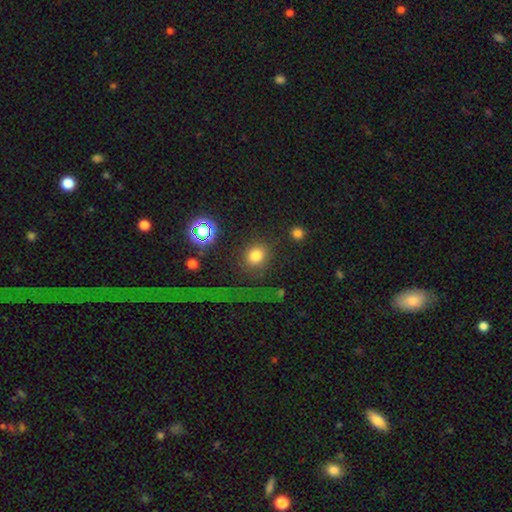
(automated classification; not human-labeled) Smooth or featured? smooth (77%)
How rounded? round (73%)
Merging? none (77%)